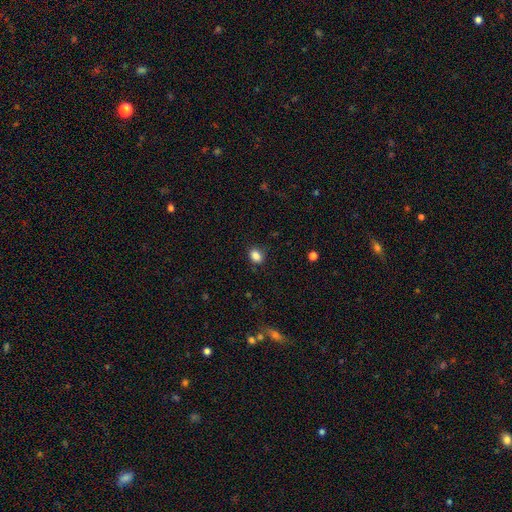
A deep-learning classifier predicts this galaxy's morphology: smooth 86%, star or artifact 10%, featured or disk 4%. Down the decision tree: how rounded — in between (66%); merging — none (84%).